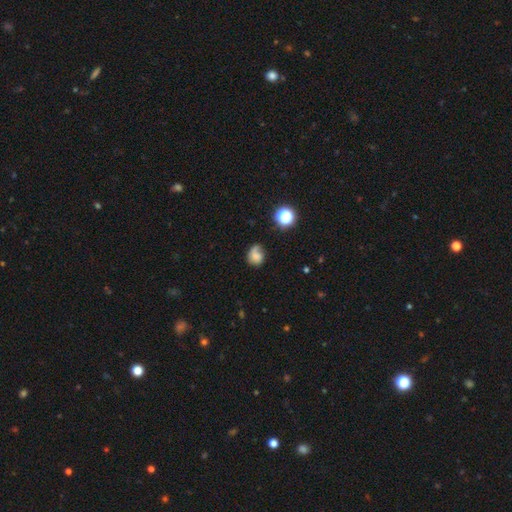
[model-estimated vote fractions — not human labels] This is likely a smooth galaxy (61%). How rounded: possibly round (58%). Merging: marginally none (44%).